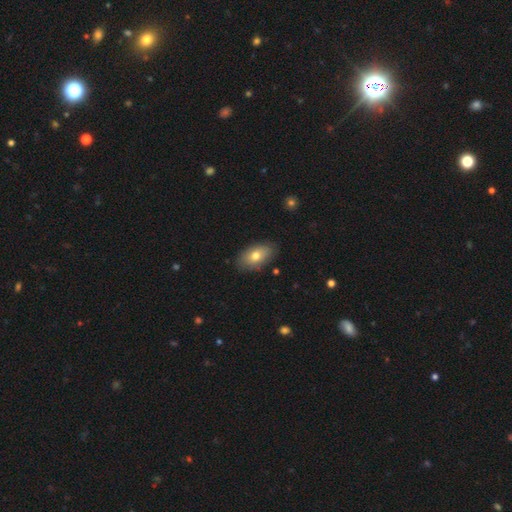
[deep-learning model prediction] This appears to be a smooth galaxy with no disk features (73%) that is in between round and cigar-shaped (91%). Merging: none (85%).